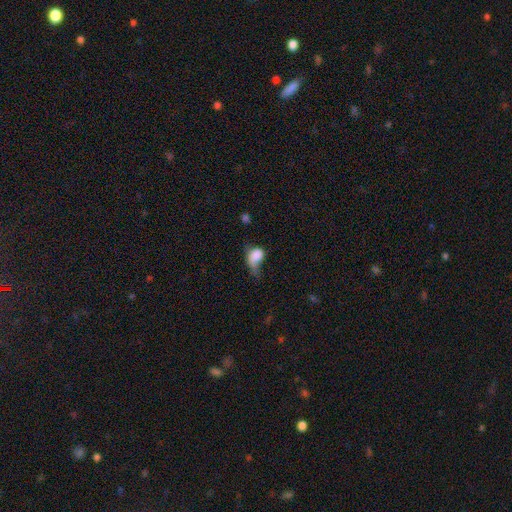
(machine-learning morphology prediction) A smooth galaxy with no disk features (77%) that is in between round and cigar-shaped (66%). Merging: major disturbance (47%).